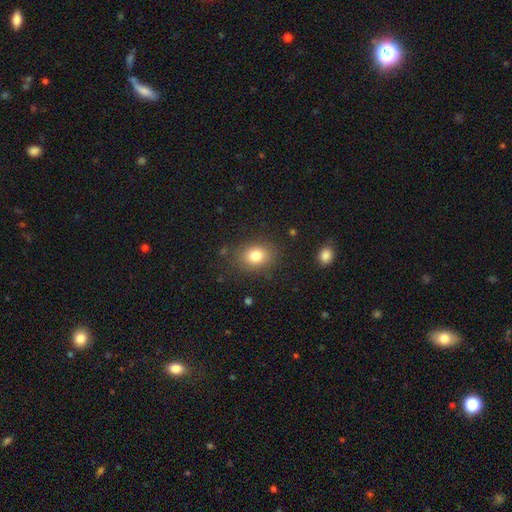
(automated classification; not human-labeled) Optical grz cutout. It shows a smooth galaxy with no disk features (80%) that is in between round and cigar-shaped (51%). Merging: none (83%).